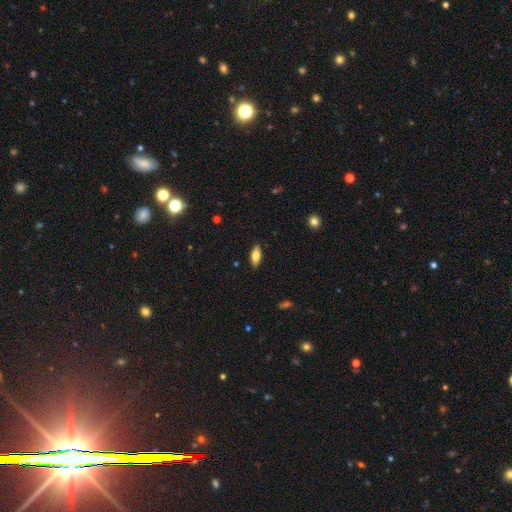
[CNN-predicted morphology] A smooth galaxy with no disk features (75%) that is in between round and cigar-shaped (81%).

Vote fractions:
- Smooth or featured? smooth: 75% / featured or disk: 18% / star or artifact: 7%
- How rounded? in between: 81% / cigar-shaped: 17% / round: 2%
- Merging? none: 89% / minor disturbance: 8% / major disturbance: 2% / merger: 1%